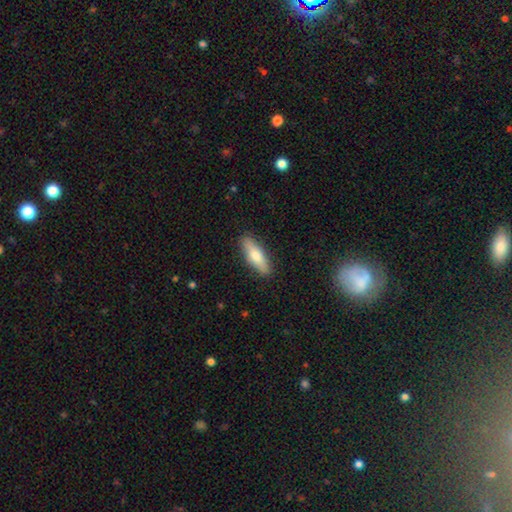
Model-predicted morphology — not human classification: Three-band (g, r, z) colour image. It shows a smooth galaxy with no disk features (69%) that is cigar-shaped (53%). Merging: none (88%).